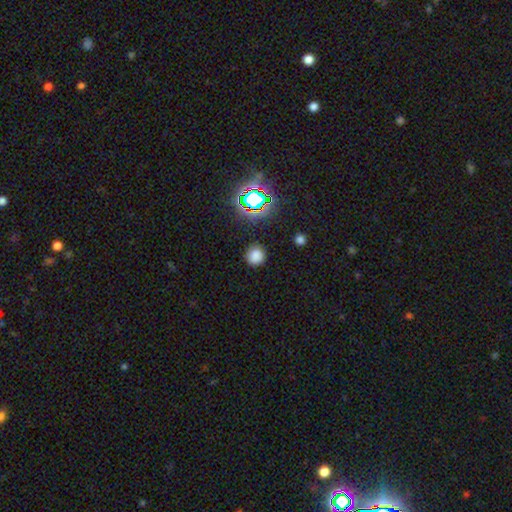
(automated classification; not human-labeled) Smooth or featured?
  - smooth: 77% *
  - star or artifact: 18%
  - featured or disk: 5%
How rounded?
  - round: 92% *
  - in between: 7%
  - cigar-shaped: 1%
Merging?
  - none: 88% *
  - minor disturbance: 8%
  - major disturbance: 3%
  - merger: 2%